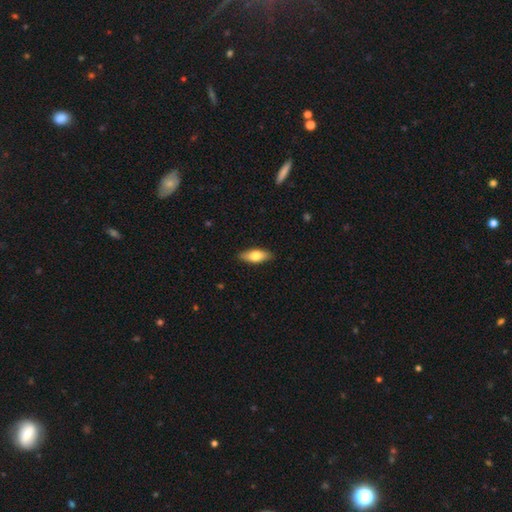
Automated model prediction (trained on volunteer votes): Smooth or featured? Predicted: smooth (p=0.73). How rounded? Predicted: in between (p=0.75). Merging? Predicted: none (p=0.88).